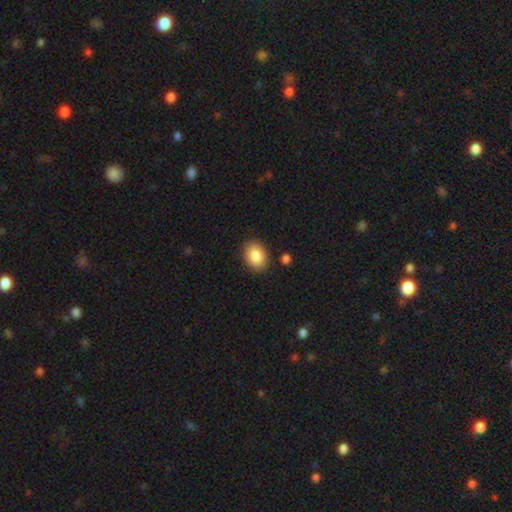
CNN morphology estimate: A smooth galaxy with no disk features (87%) that is in between round and cigar-shaped (71%).

Vote fractions:
- Smooth or featured? smooth: 87% / star or artifact: 7% / featured or disk: 6%
- How rounded? in between: 71% / round: 28% / cigar-shaped: 1%
- Merging? none: 86% / minor disturbance: 9% / major disturbance: 2% / merger: 2%